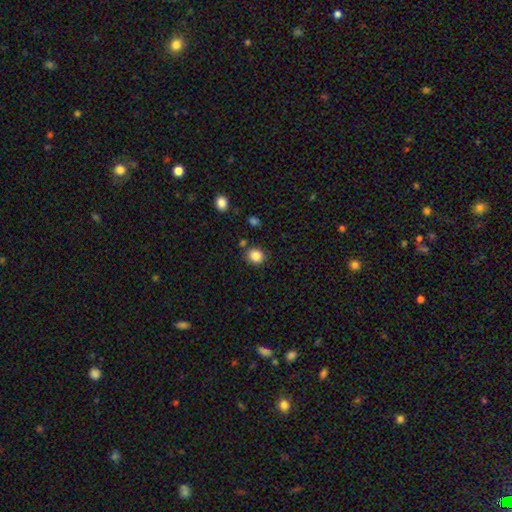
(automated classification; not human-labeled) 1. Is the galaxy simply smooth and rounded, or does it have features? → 86% smooth, 10% star or artifact, 4% featured or disk.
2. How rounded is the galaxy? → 81% round, 18% in between, 1% cigar-shaped.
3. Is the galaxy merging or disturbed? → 84% none, 9% minor disturbance, 4% merger, 3% major disturbance.